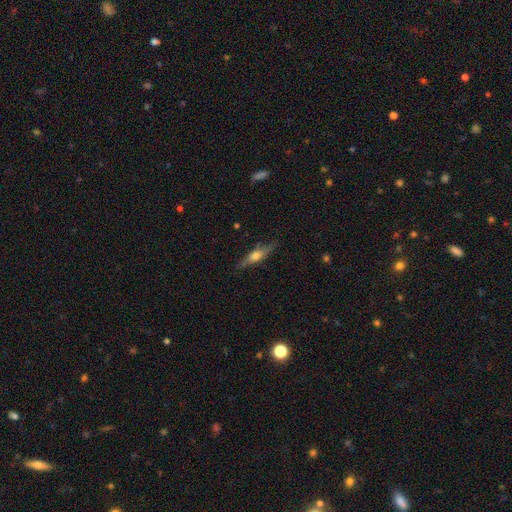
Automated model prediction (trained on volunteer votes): Smooth or featured: featured or disk — 53% (smooth — 41%)
Edge-on disk: yes — 89% (no — 11%)
Merging: none — 81% (minor disturbance — 15%)